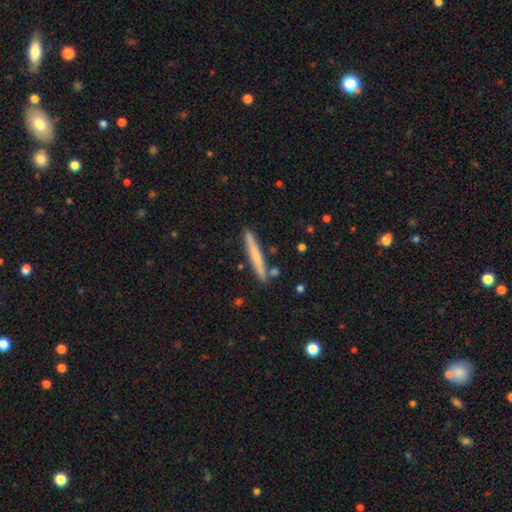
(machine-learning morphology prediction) Smooth or featured? smooth (60%)
How rounded? cigar-shaped (96%)
Merging? none (87%)